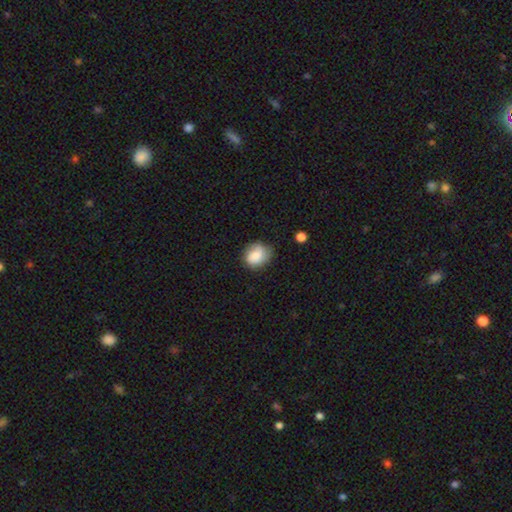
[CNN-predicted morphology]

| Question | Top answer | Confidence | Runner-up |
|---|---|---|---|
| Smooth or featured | smooth | 77% | featured or disk (15%) |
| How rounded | round | 62% | in between (37%) |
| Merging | none | 65% | minor disturbance (26%) |